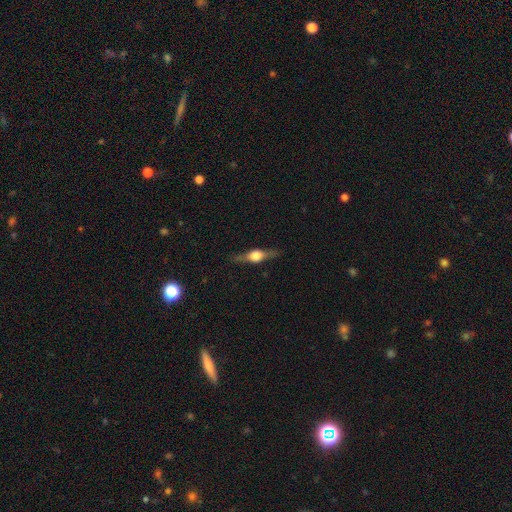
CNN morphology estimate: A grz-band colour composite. It shows a featured or disk galaxy (72%) viewed edge-on (96%) with a rounded central bulge (92%). Merging: none (86%).